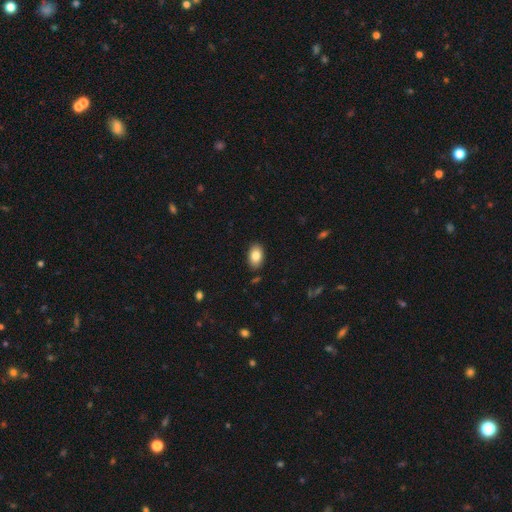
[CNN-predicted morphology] This is clearly a smooth galaxy (85%). How rounded: clearly in between (90%). Merging: clearly none (88%).